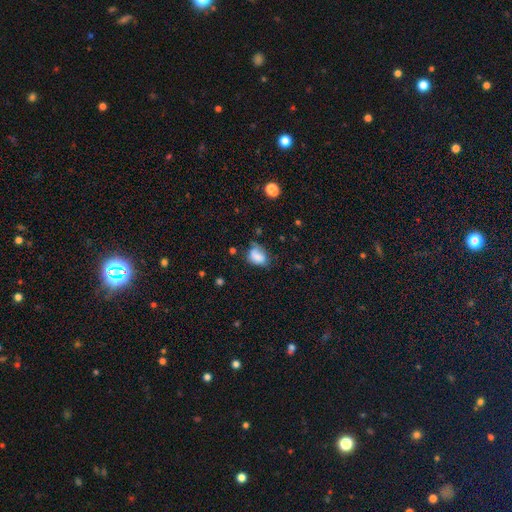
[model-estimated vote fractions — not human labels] Overall: smooth (79%). How rounded: in between (72%). Merging: none (44%; minor disturbance 35%).